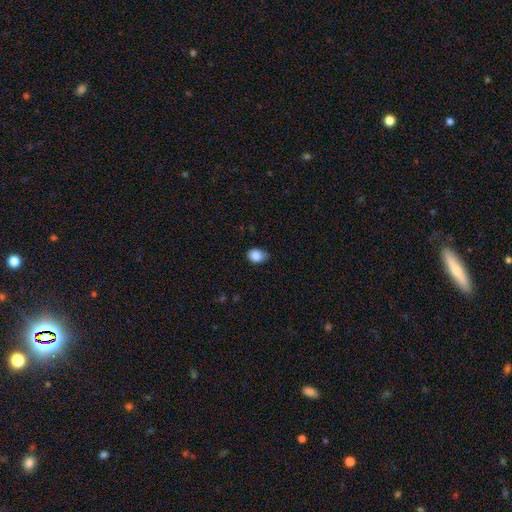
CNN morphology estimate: smooth-or-featured: smooth: 87% | star or artifact: 8% | featured or disk: 5%
  how-rounded: in between: 71% | round: 28% | cigar-shaped: 1%
  merging: none: 63% | minor disturbance: 31% | major disturbance: 4% | merger: 1%